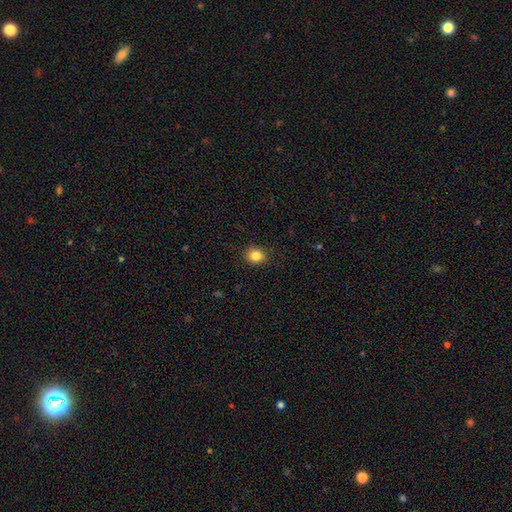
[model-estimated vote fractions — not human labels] Smooth or featured: smooth — 84% (star or artifact — 11%)
How rounded: round — 67% (in between — 32%)
Merging: none — 87% (minor disturbance — 9%)